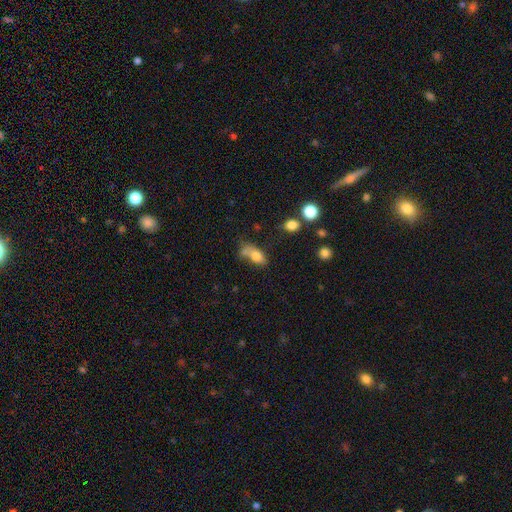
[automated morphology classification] Smooth or featured: smooth — 75% (featured or disk — 15%)
How rounded: in between — 81% (round — 12%)
Merging: none — 38% (merger — 29%)